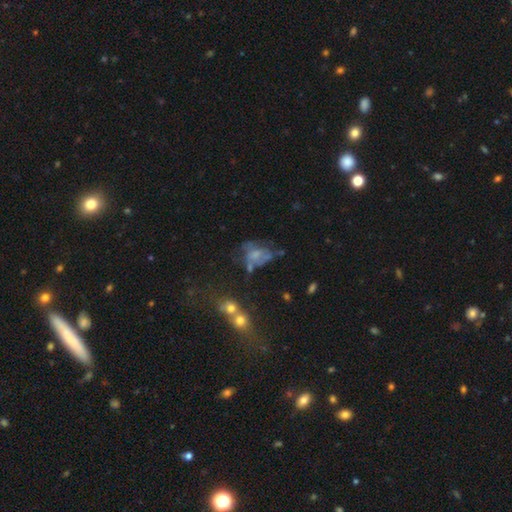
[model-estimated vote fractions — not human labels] A featured or disk galaxy (46%). Merging: major disturbance (32%).